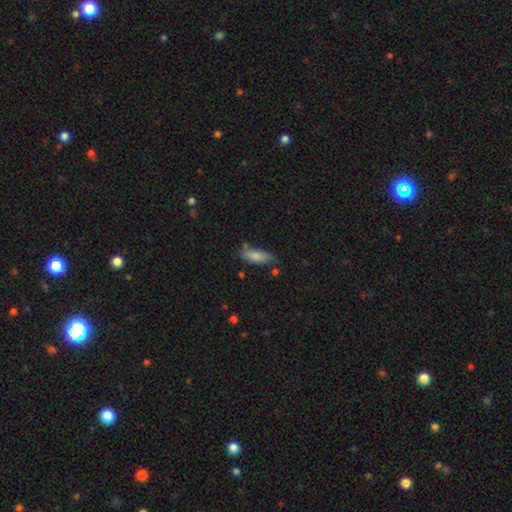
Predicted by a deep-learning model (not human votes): smooth-or-featured: smooth: 82% | featured or disk: 11% | star or artifact: 7%
  how-rounded: in between: 61% | cigar-shaped: 38% | round: 2%
  merging: none: 64% | minor disturbance: 25% | merger: 6% | major disturbance: 6%